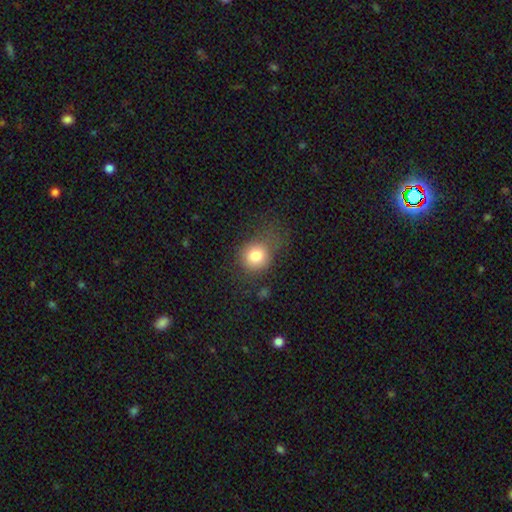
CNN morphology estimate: Smooth or featured?
  - smooth: 79% *
  - star or artifact: 11%
  - featured or disk: 10%
How rounded?
  - round: 79% *
  - in between: 20%
  - cigar-shaped: 1%
Merging?
  - none: 62% *
  - minor disturbance: 22%
  - major disturbance: 15%
  - merger: 2%